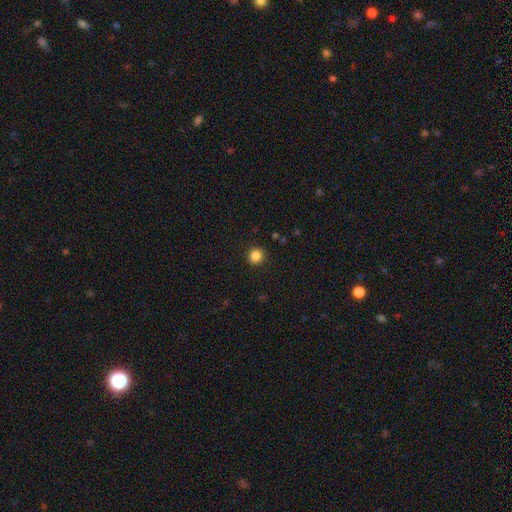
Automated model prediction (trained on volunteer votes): smooth-or-featured: smooth: 85% | star or artifact: 11% | featured or disk: 3%
  how-rounded: round: 93% | in between: 6% | cigar-shaped: 1%
  merging: none: 92% | minor disturbance: 5% | major disturbance: 2% | merger: 1%